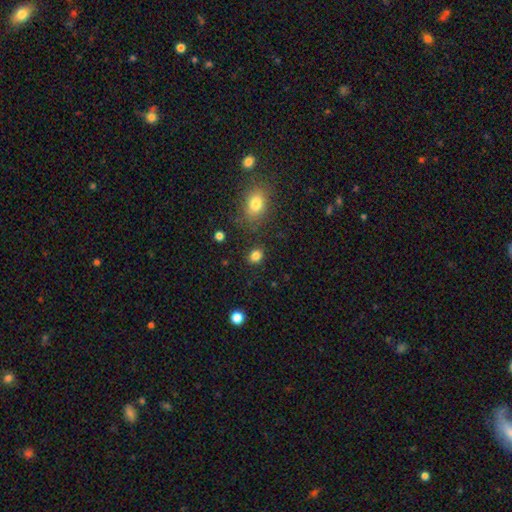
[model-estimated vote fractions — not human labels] This appears to be a smooth galaxy with no disk features (84%) that is round (60%). Merging: none (85%).